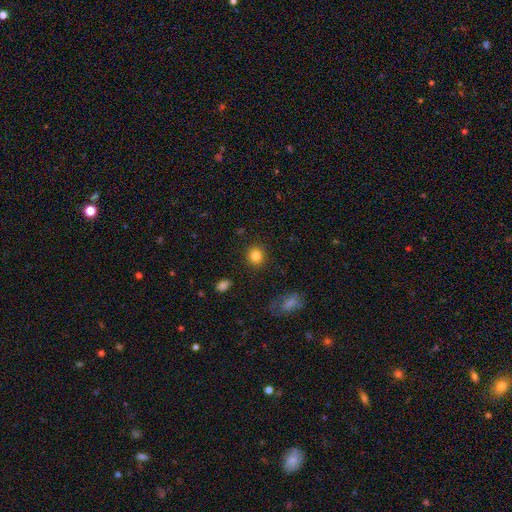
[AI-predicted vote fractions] smooth_or_featured: smooth (p=0.84) [alt: star or artifact p=0.11]
how_rounded: round (p=0.87) [alt: in between p=0.12]
merging: none (p=0.90) [alt: minor disturbance p=0.06]